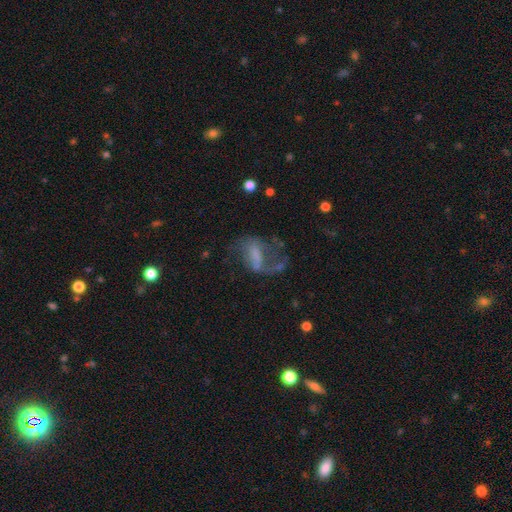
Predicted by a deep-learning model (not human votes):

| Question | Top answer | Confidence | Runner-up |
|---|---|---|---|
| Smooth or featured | featured or disk | 59% | smooth (27%) |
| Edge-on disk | no | 96% | yes (4%) |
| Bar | weak | 37% | no (33%) |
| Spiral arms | yes | 58% | no (42%) |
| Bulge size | none | 52% | small (20%) |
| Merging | major disturbance | 43% | none (32%) |